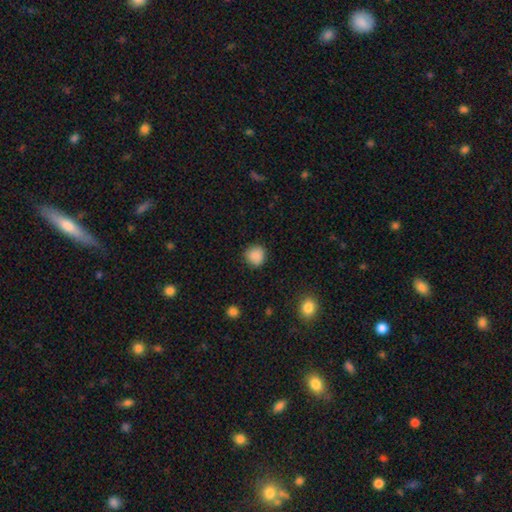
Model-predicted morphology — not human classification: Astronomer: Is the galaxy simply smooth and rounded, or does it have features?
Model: smooth — 88%.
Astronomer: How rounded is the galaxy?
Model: round — 90%.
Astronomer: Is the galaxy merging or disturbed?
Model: none — 87%.